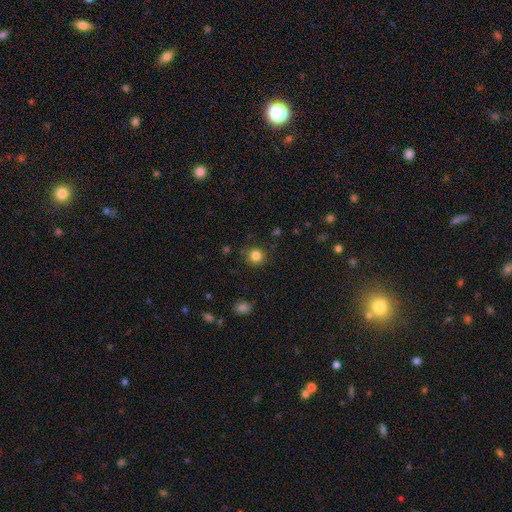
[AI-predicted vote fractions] This is clearly a smooth galaxy (83%). How rounded: clearly round (92%). Merging: clearly none (87%).